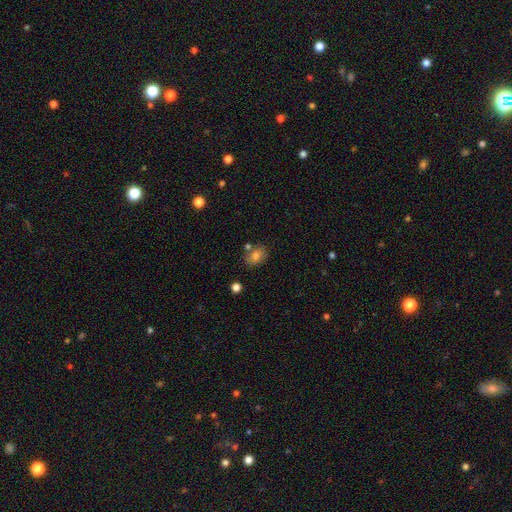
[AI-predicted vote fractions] Q: Smooth or featured?
A: smooth (79%); runner-up: featured or disk (10%)
Q: How rounded?
A: in between (70%); runner-up: round (29%)
Q: Merging?
A: none (70%); runner-up: minor disturbance (15%)